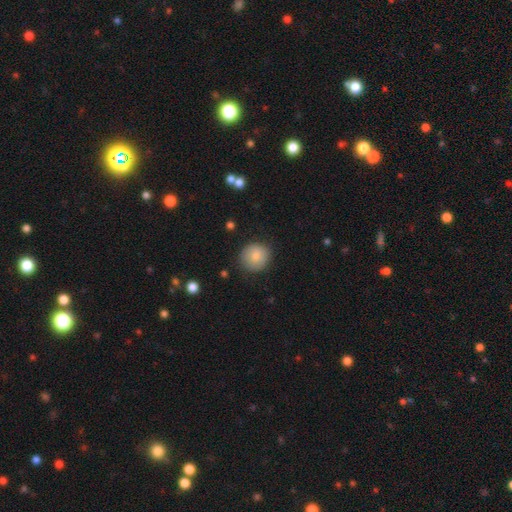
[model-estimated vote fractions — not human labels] smooth_or_featured: smooth (p=0.82) [alt: featured or disk p=0.10]
how_rounded: round (p=0.89) [alt: in between p=0.10]
merging: none (p=0.83) [alt: minor disturbance p=0.13]